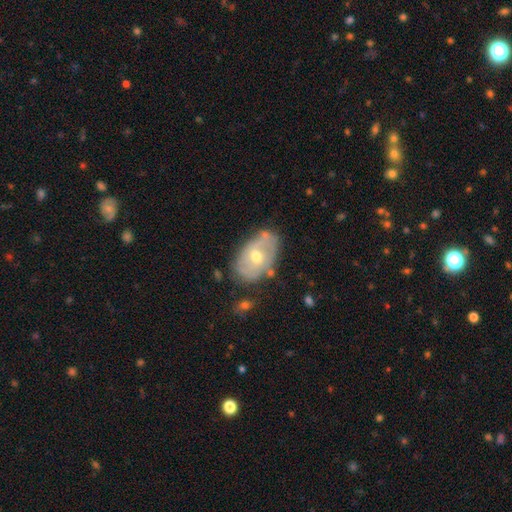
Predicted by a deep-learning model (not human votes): smooth-or-featured: featured or disk: 61% | smooth: 32% | star or artifact: 7%
  disk-edge-on: no: 93% | yes: 7%
    bar: no: 58% | weak: 33% | strong: 9%
    has-spiral-arms: yes: 51% | no: 49%
    bulge-size: moderate: 66% | small: 29% | large: 3% | none: 1% | dominant: 1%
  merging: none: 62% | minor disturbance: 25% | major disturbance: 7% | merger: 6%